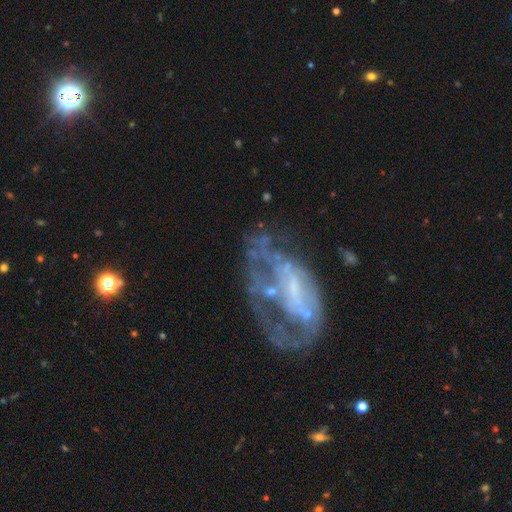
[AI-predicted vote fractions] This appears to be a featured or disk galaxy (71%) with no bar (59%), no spiral arms (54%) and no central bulge (48%). Merging: major disturbance (38%).